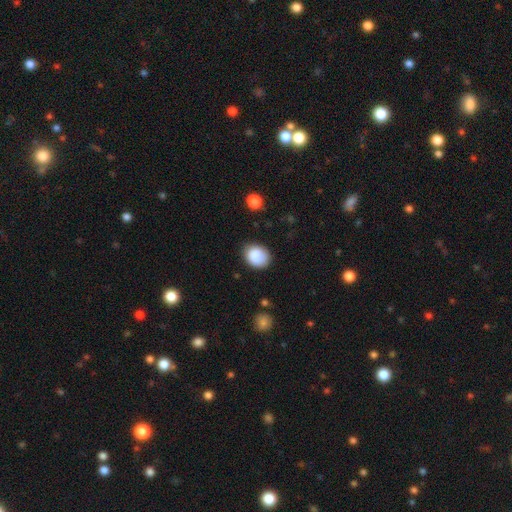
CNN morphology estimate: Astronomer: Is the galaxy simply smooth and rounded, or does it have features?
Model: smooth — 86%.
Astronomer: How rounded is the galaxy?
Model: in between — 51% (runner-up: round, 48%).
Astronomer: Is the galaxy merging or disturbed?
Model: none — 73%.